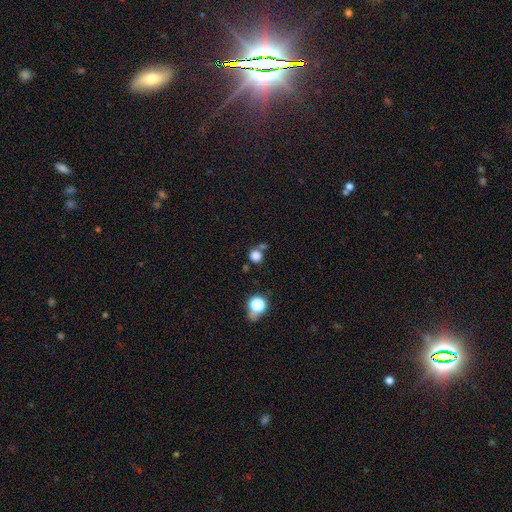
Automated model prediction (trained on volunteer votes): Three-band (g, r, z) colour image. It shows a smooth galaxy with no disk features (79%) that is round (89%). Merging: none (62%).